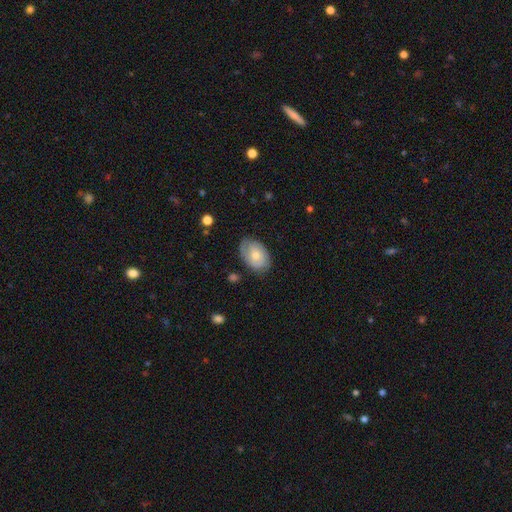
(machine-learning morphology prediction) This appears to be a smooth galaxy with no disk features (58%) that is in between round and cigar-shaped (86%). Merging: none (73%).